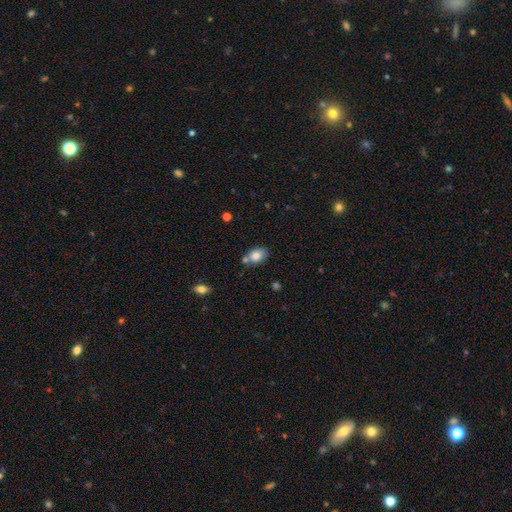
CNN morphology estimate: Smooth or featured? smooth (82%)
How rounded? in between (78%)
Merging? none (63%)